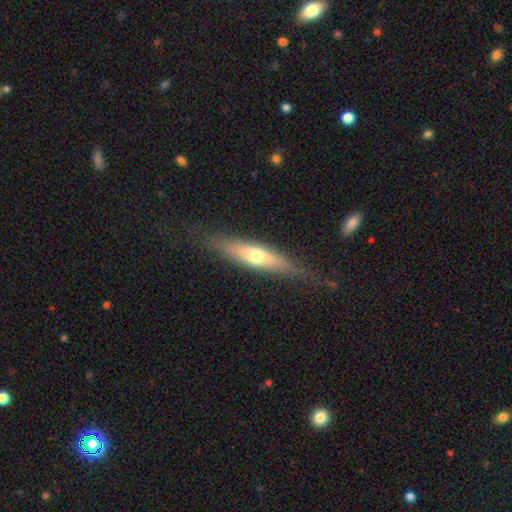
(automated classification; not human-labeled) smooth-or-featured: featured or disk: 51% | smooth: 43% | star or artifact: 7%
  disk-edge-on: yes: 80% | no: 20%
  merging: none: 79% | minor disturbance: 14% | major disturbance: 5% | merger: 1%